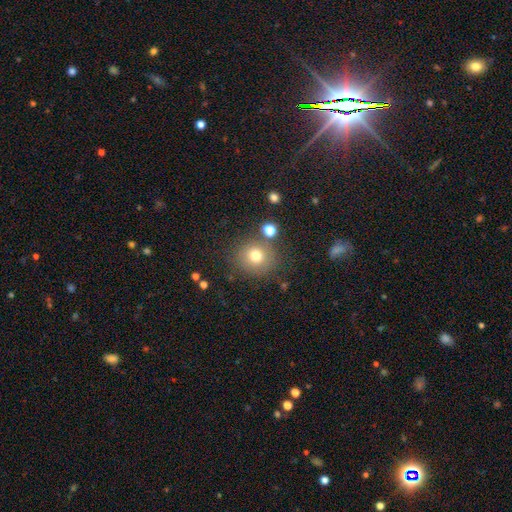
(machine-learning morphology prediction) Overall: smooth (75%). How rounded: round (89%). Merging: none (79%).